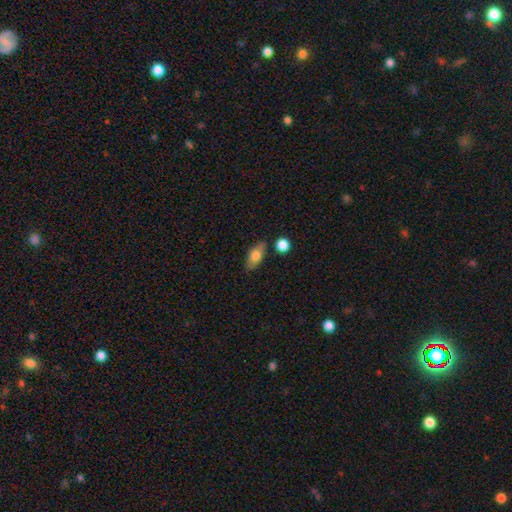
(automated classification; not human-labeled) smooth 72%, featured or disk 21%, star or artifact 7%. Down the decision tree: how rounded — in between (81%); merging — none (78%).